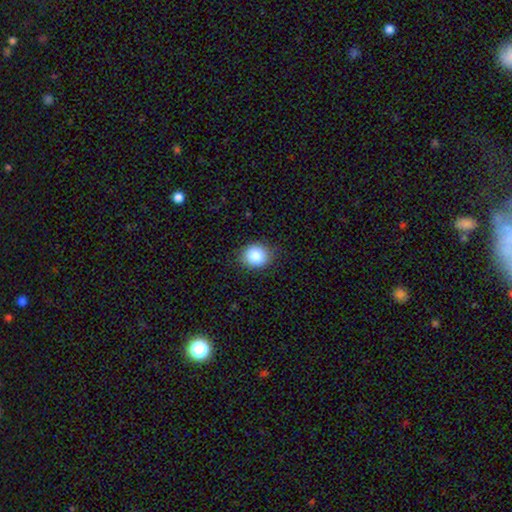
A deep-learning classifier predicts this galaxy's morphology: smooth-or-featured: smooth: 86% | star or artifact: 9% | featured or disk: 5%
  how-rounded: round: 60% | in between: 39% | cigar-shaped: 1%
  merging: none: 84% | minor disturbance: 12% | major disturbance: 3% | merger: 1%